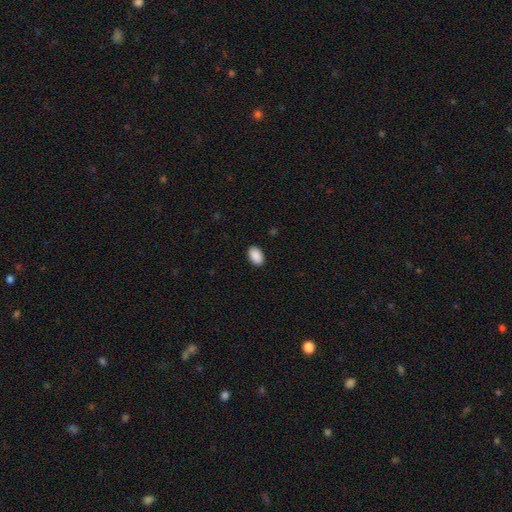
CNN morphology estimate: A smooth galaxy with no disk features (91%) that is in between round and cigar-shaped (89%).

Vote fractions:
- Smooth or featured? smooth: 91% / star or artifact: 7% / featured or disk: 2%
- How rounded? in between: 89% / round: 10% / cigar-shaped: 1%
- Merging? none: 89% / minor disturbance: 8% / major disturbance: 2% / merger: 1%